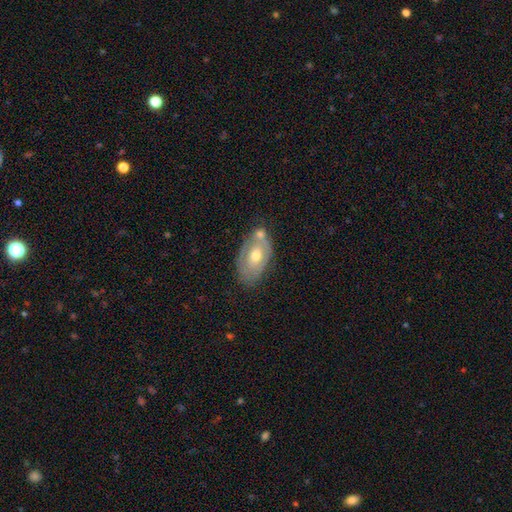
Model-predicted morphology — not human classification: A featured or disk galaxy (57%) with no bar (77%), no spiral arms (58%) and a moderate central bulge (73%).

Vote fractions:
- Smooth or featured? featured or disk: 57% / smooth: 36% / star or artifact: 6%
- Edge-on disk? no: 91% / yes: 9%
- Bar? no: 77% / weak: 19% / strong: 4%
- Spiral arms? no: 58% / yes: 42%
- Bulge size? moderate: 73% / small: 19% / large: 6% / none: 1% / dominant: 1%
- Merging? none: 48% / merger: 22% / minor disturbance: 22% / major disturbance: 8%